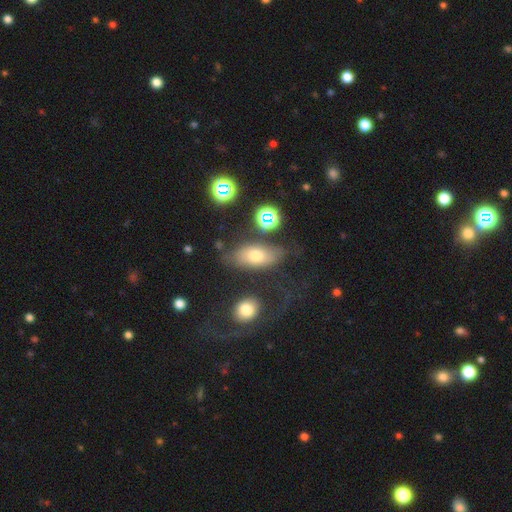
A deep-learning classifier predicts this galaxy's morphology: Smooth or featured?
  - smooth: 63% *
  - featured or disk: 24%
  - star or artifact: 13%
How rounded?
  - in between: 86% *
  - round: 8%
  - cigar-shaped: 6%
Merging?
  - none: 64% *
  - minor disturbance: 18%
  - major disturbance: 12%
  - merger: 6%